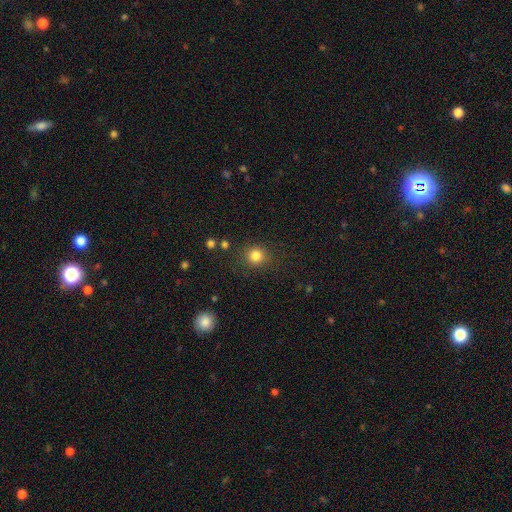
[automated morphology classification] Smooth or featured: smooth — 83% (star or artifact — 12%)
How rounded: round — 90% (in between — 9%)
Merging: none — 87% (minor disturbance — 8%)